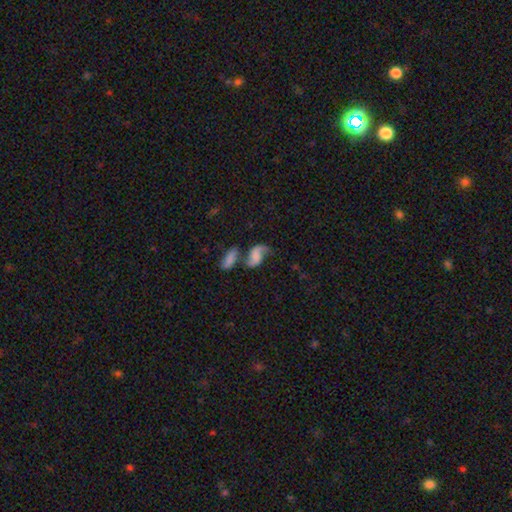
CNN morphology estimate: Q: Smooth or featured?
A: featured or disk (59%); runner-up: smooth (31%)
Q: Edge-on disk?
A: no (96%); runner-up: yes (4%)
Q: Bar?
A: no (62%); runner-up: weak (29%)
Q: Spiral arms?
A: yes (88%); runner-up: no (12%)
Q: Bulge size?
A: none (58%); runner-up: small (13%)
Q: Merging?
A: merger (41%); runner-up: none (30%)